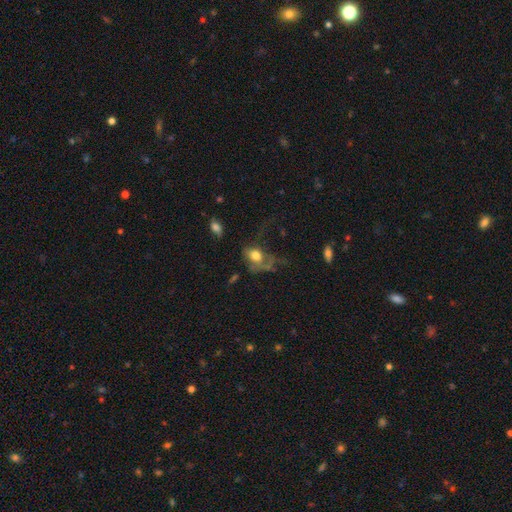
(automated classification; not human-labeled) smooth-or-featured: smooth: 59% | featured or disk: 31% | star or artifact: 10%
  how-rounded: in between: 64% | round: 34% | cigar-shaped: 2%
  merging: major disturbance: 52% | none: 24% | minor disturbance: 18% | merger: 5%